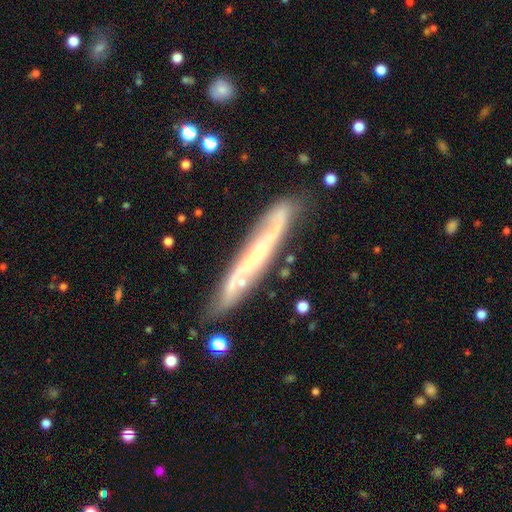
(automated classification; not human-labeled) This is likely a featured or disk galaxy (77%). It is possibly viewed edge-on (55%). Merging: likely none (79%).